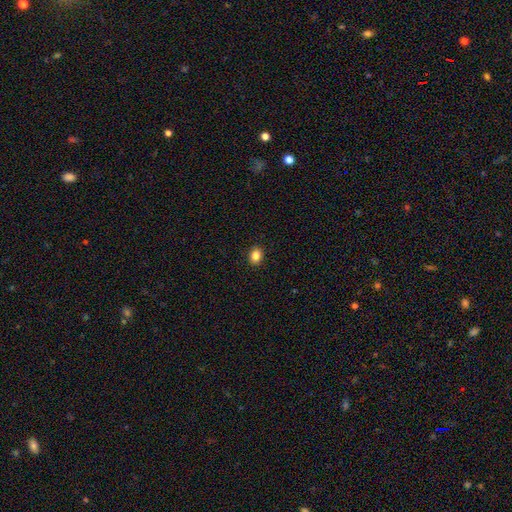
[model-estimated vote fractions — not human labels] Smooth or featured? Predicted: smooth (p=0.85). How rounded? Predicted: round (p=0.54). Merging? Predicted: none (p=0.91).